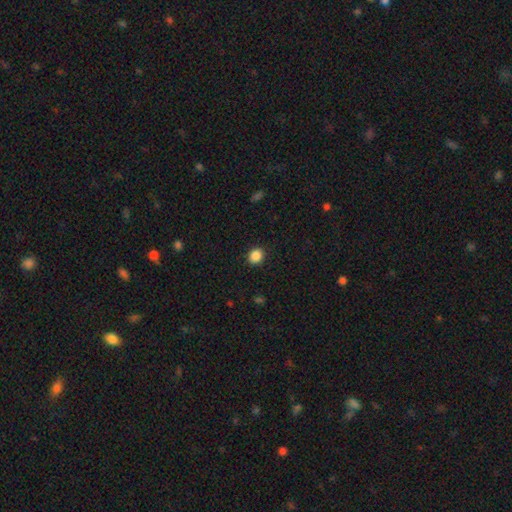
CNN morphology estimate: The model was most divided on "how rounded": round: 74%, in between: 25%, cigar-shaped: 1%. More confident: merging — none (90%); smooth or featured — smooth (87%).